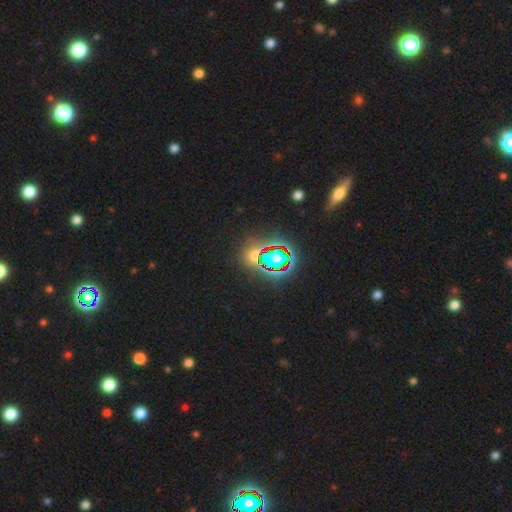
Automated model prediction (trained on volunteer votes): This is likely a star or artifact rather than a galaxy (62%).